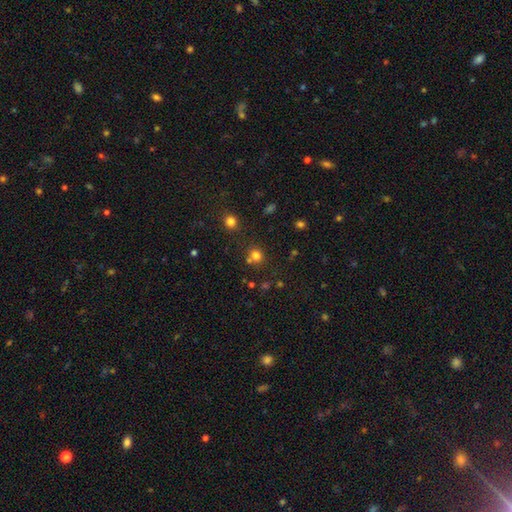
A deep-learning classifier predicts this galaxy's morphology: A smooth galaxy with no disk features (75%) that is round (84%).

Vote fractions:
- Smooth or featured? smooth: 75% / star or artifact: 19% / featured or disk: 7%
- How rounded? round: 84% / in between: 15% / cigar-shaped: 1%
- Merging? none: 68% / merger: 19% / minor disturbance: 10% / major disturbance: 4%